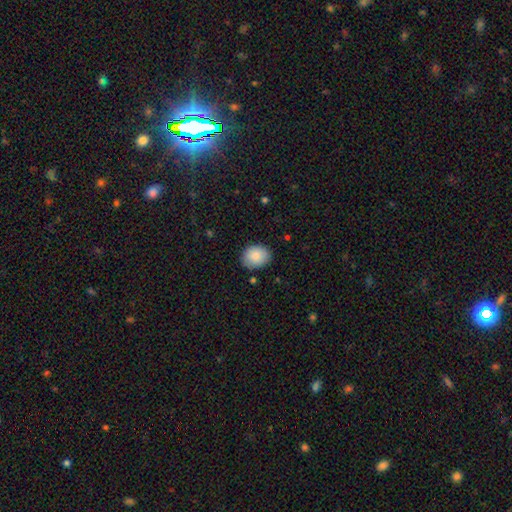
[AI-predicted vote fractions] The model was most divided on "how rounded": in between: 52%, round: 47%, cigar-shaped: 1%. More confident: smooth or featured — smooth (85%); merging — none (83%).